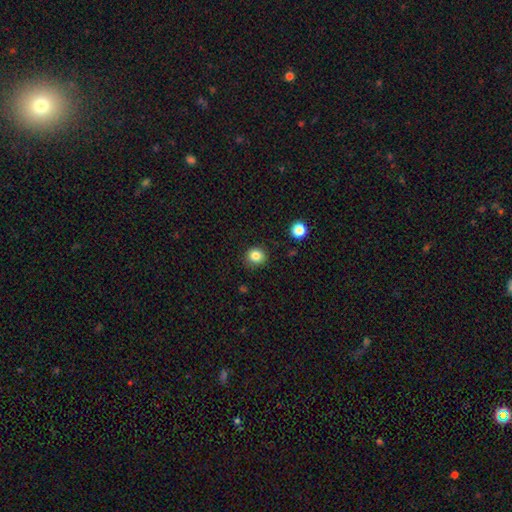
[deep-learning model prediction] The model was most divided on "smooth or featured": smooth: 84%, star or artifact: 11%, featured or disk: 5%. More confident: merging — none (88%); how rounded — round (88%).